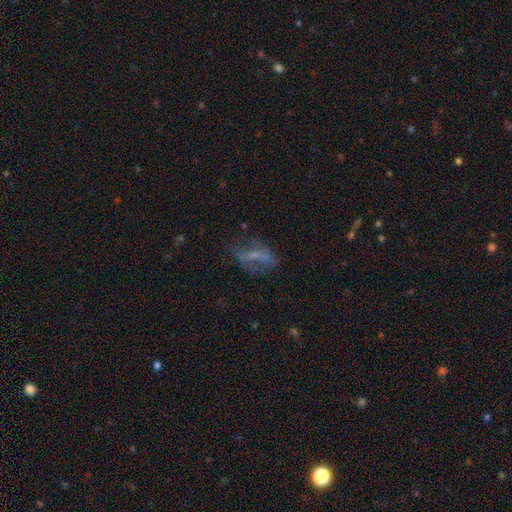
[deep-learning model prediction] The model was most divided on "smooth or featured": featured or disk: 46%, smooth: 38%, star or artifact: 16%. More confident: merging — none (51%).